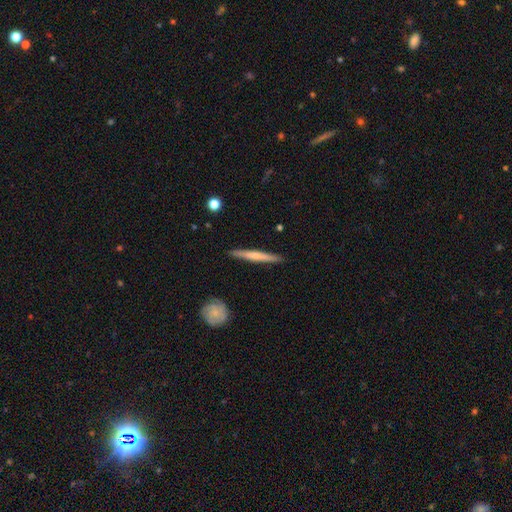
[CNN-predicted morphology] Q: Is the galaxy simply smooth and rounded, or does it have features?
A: featured or disk — 48%.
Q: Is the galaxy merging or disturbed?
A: none — 90%.